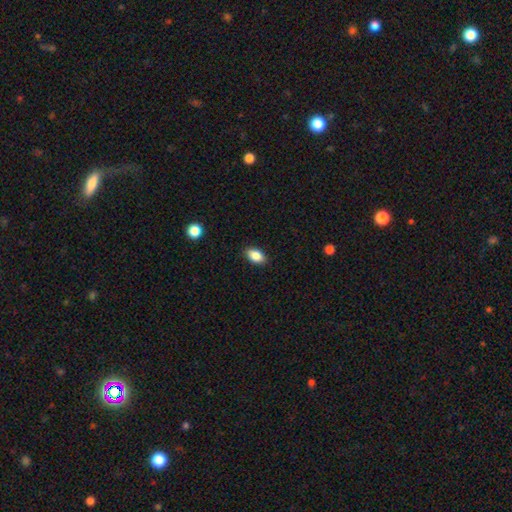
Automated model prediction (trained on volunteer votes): Overall: smooth (84%). How rounded: in between (88%). Merging: none (88%).